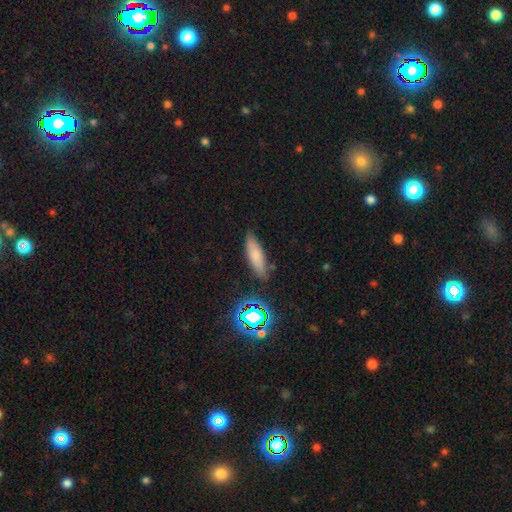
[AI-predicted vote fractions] smooth-or-featured: smooth: 73% | featured or disk: 14% | star or artifact: 13%
  how-rounded: cigar-shaped: 50% | in between: 47% | round: 3%
  merging: none: 81% | minor disturbance: 13% | major disturbance: 3% | merger: 3%